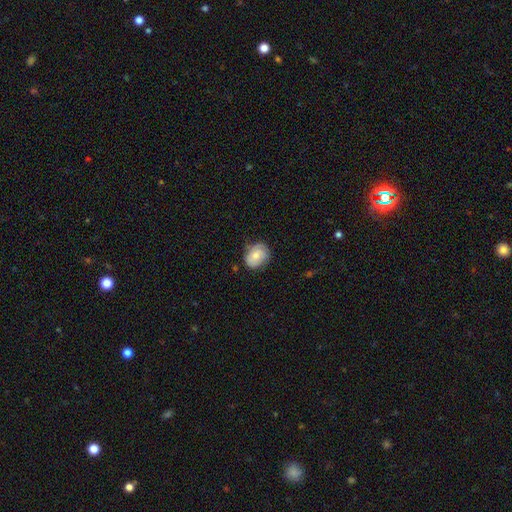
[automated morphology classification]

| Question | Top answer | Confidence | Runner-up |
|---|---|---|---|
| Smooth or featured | smooth | 62% | featured or disk (31%) |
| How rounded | in between | 54% | round (45%) |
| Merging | none | 67% | minor disturbance (26%) |